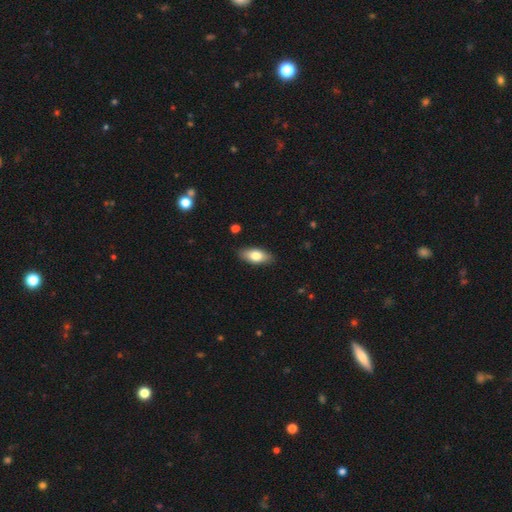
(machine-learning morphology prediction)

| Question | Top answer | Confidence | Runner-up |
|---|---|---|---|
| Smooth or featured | smooth | 74% | featured or disk (19%) |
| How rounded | in between | 85% | cigar-shaped (12%) |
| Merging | none | 88% | minor disturbance (9%) |